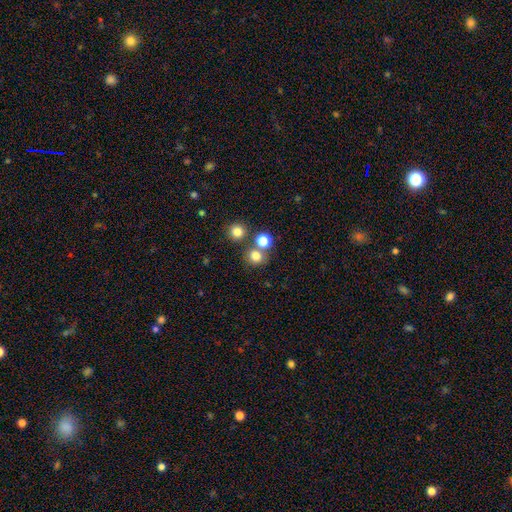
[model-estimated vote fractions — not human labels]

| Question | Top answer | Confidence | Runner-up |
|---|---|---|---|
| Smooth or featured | smooth | 77% | star or artifact (16%) |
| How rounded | round | 85% | in between (14%) |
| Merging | none | 67% | merger (22%) |